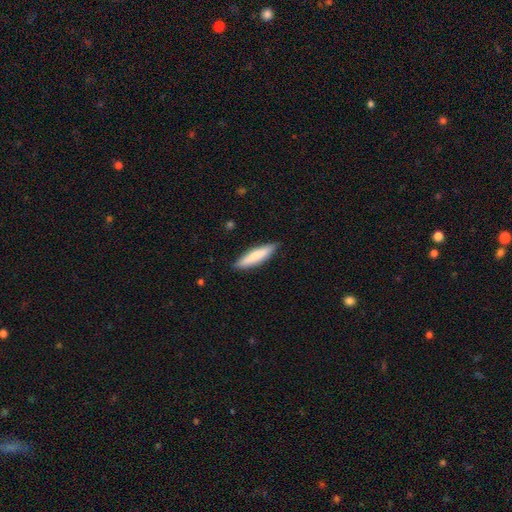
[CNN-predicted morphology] Overall: smooth (76%). How rounded: cigar-shaped (78%). Merging: none (87%).